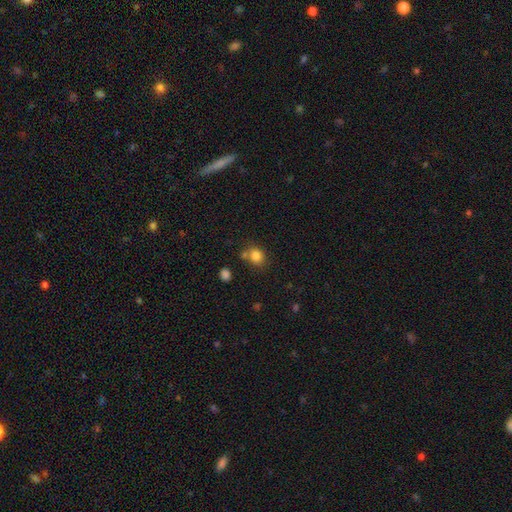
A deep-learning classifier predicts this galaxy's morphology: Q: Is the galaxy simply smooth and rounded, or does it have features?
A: smooth — 82%.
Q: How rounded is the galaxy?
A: round — 70%.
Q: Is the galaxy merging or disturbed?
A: none — 65%.